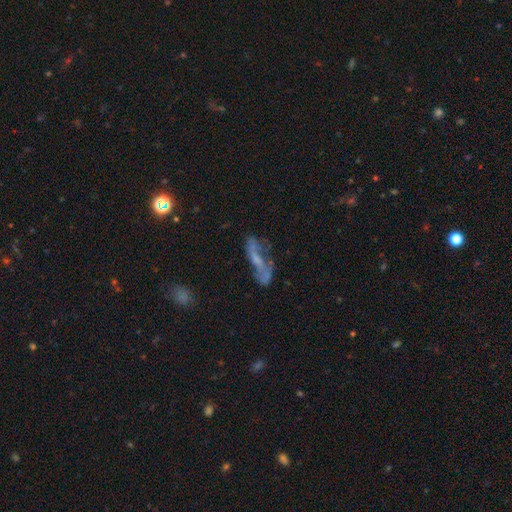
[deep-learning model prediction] smooth_or_featured: featured or disk (p=0.59) [alt: smooth p=0.26]
disk_edge_on: no (p=0.76) [alt: yes p=0.24]
merging: none (p=0.52) [alt: minor disturbance p=0.21]